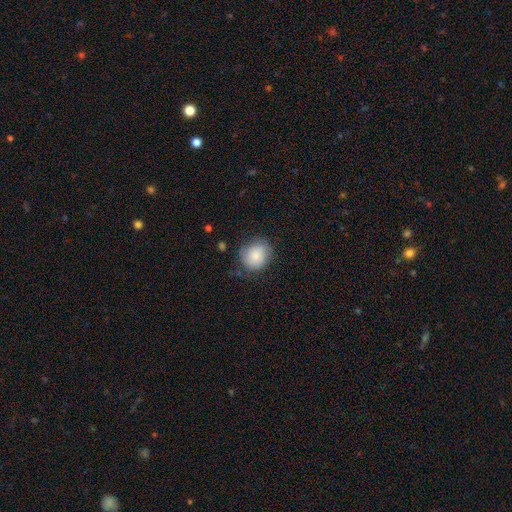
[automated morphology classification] This is likely a smooth galaxy (78%). How rounded: likely round (78%). Merging: likely none (67%).